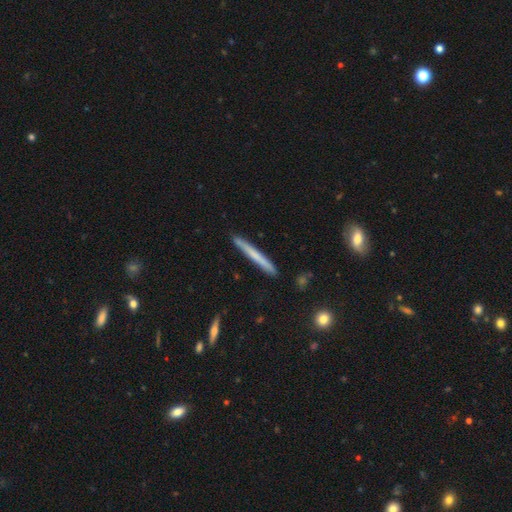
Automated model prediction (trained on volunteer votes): This appears to be a smooth galaxy with no disk features (57%) that is cigar-shaped (97%). Merging: none (90%).